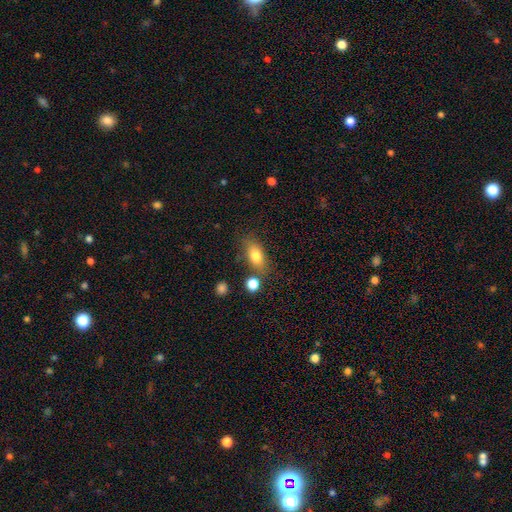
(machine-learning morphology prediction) This appears to be a smooth galaxy with no disk features (78%) that is in between round and cigar-shaped (83%). Merging: none (71%).